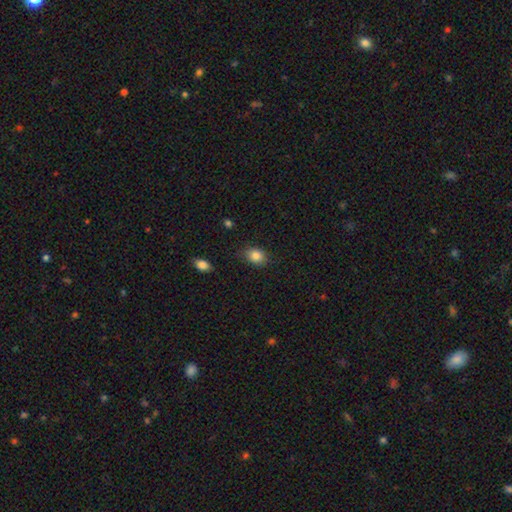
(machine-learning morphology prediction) Smooth or featured? Predicted: smooth (p=0.85). How rounded? Predicted: in between (p=0.63). Merging? Predicted: none (p=0.80).